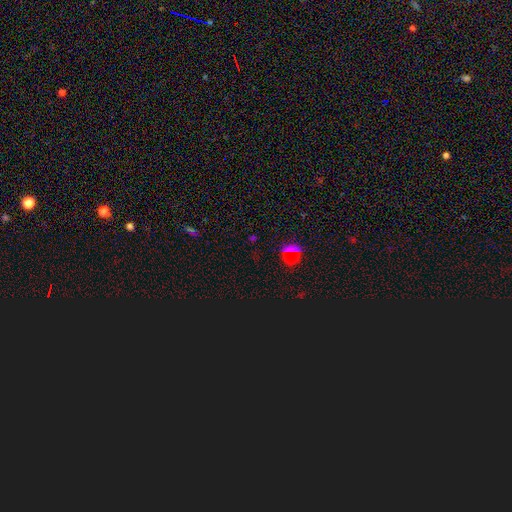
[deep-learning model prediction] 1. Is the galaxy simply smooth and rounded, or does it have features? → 69% star or artifact, 24% smooth, 7% featured or disk.